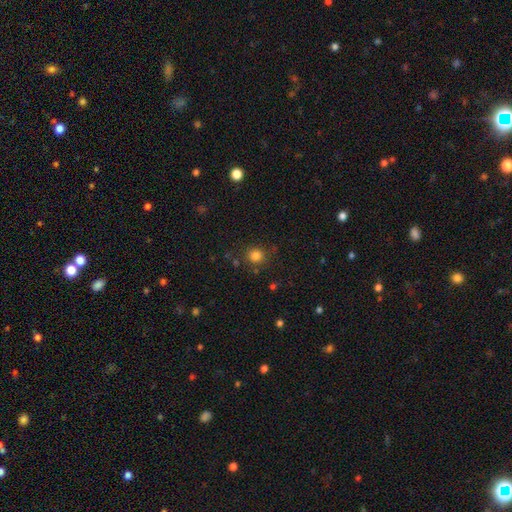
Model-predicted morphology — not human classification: smooth_or_featured: smooth (p=0.81) [alt: star or artifact p=0.14]
how_rounded: round (p=0.89) [alt: in between p=0.10]
merging: none (p=0.84) [alt: minor disturbance p=0.09]